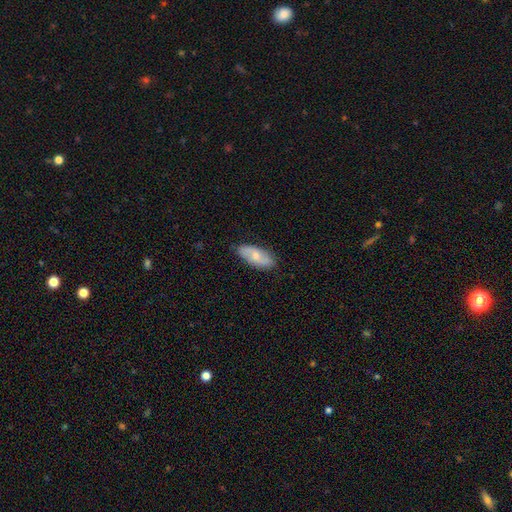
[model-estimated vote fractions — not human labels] Smooth or featured? smooth (53%)
How rounded? in between (83%)
Merging? none (83%)